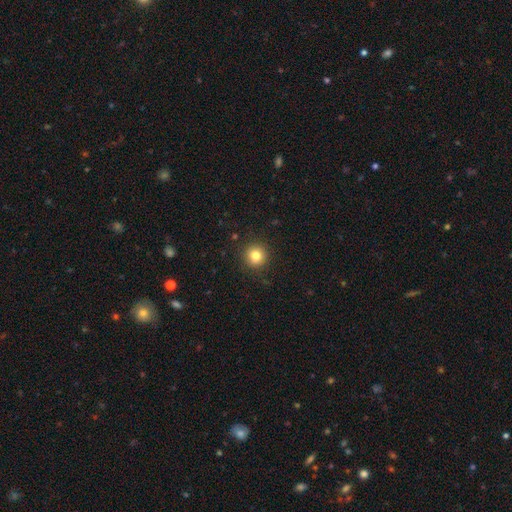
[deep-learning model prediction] smooth_or_featured: smooth (p=0.82) [alt: star or artifact p=0.12]
how_rounded: round (p=0.94) [alt: in between p=0.05]
merging: none (p=0.91) [alt: minor disturbance p=0.06]